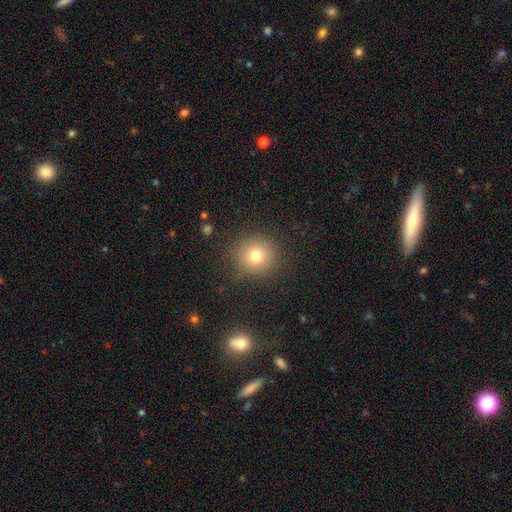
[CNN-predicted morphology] Q: Smooth or featured?
A: smooth (76%); runner-up: star or artifact (14%)
Q: How rounded?
A: round (92%); runner-up: in between (7%)
Q: Merging?
A: none (87%); runner-up: minor disturbance (8%)